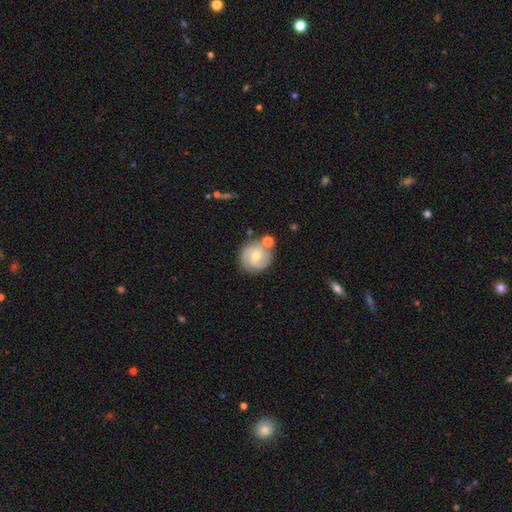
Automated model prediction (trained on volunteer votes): featured or disk 54%, smooth 38%, star or artifact 8%. Down the decision tree: edge-on disk — no (97%); bar — no (53%); spiral arms — yes (82%); bulge size — moderate (60%); merging — none (73%).